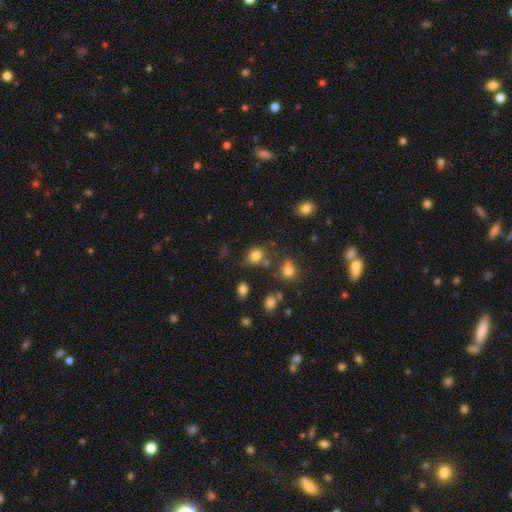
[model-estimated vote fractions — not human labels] Morphology: type=smooth (79%); roundness=in between (51%); merging=none (61%).